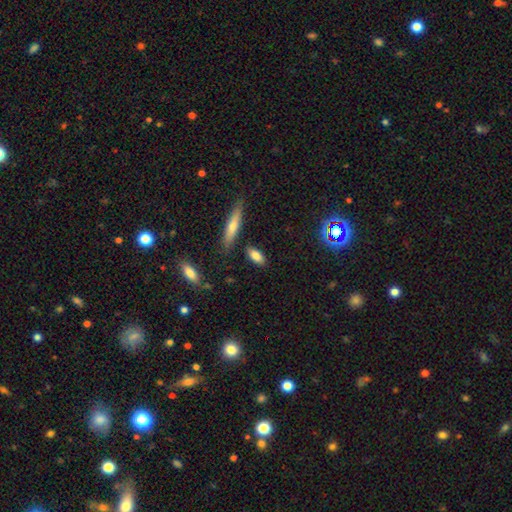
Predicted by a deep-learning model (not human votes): Smooth or featured?
  - smooth: 82% *
  - featured or disk: 10%
  - star or artifact: 8%
How rounded?
  - in between: 80% *
  - cigar-shaped: 16%
  - round: 4%
Merging?
  - none: 83% *
  - minor disturbance: 11%
  - merger: 4%
  - major disturbance: 3%